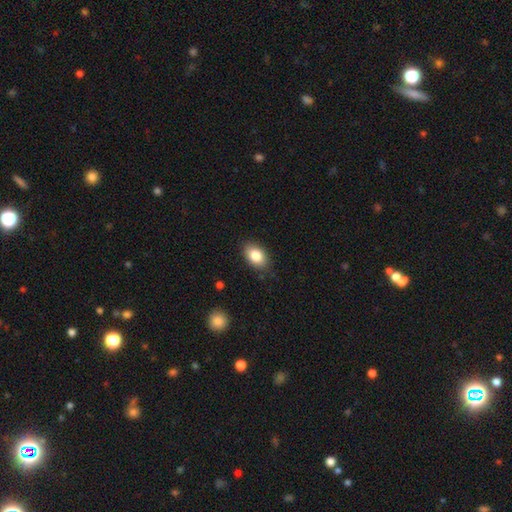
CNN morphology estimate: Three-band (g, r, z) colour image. It shows a smooth galaxy with no disk features (84%) that is in between round and cigar-shaped (86%). Merging: none (84%).